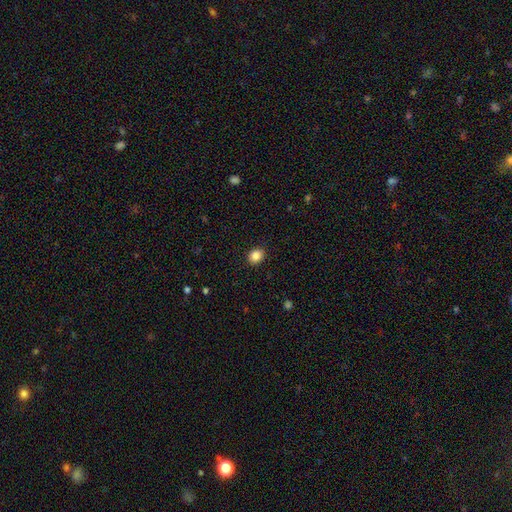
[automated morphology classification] type=smooth (86%); roundness=round (53%); merging=none (90%).